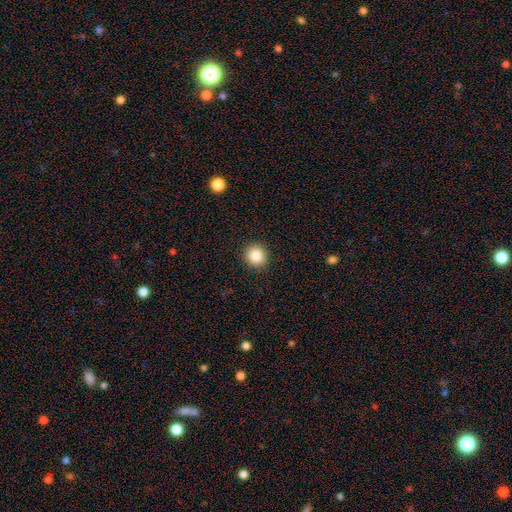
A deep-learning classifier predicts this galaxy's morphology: Smooth or featured? smooth (86%)
How rounded? round (92%)
Merging? none (92%)